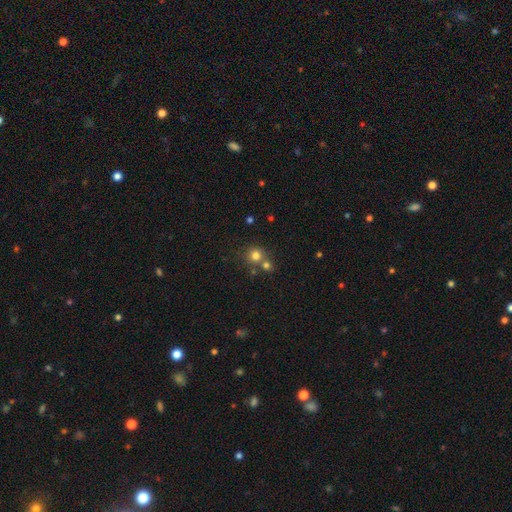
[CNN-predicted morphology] smooth 75%, star or artifact 15%, featured or disk 9%. Down the decision tree: how rounded — round (89%); merging — none (57%).